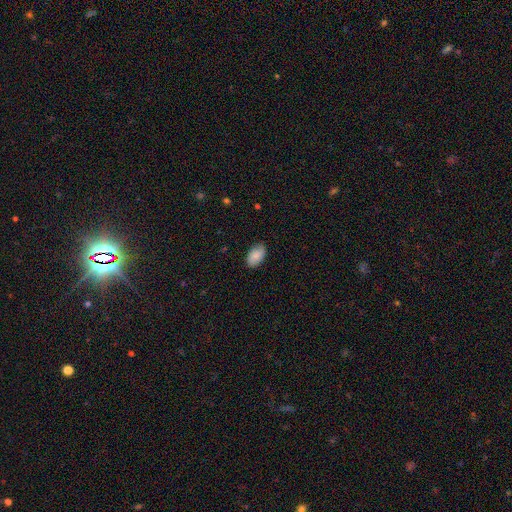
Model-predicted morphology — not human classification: Smooth or featured? Predicted: smooth (p=0.80). How rounded? Predicted: in between (p=0.92). Merging? Predicted: none (p=0.81).